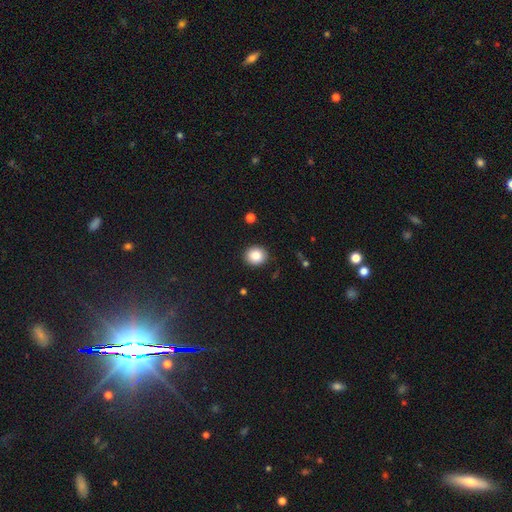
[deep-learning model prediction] This is clearly a smooth galaxy (87%). How rounded: likely round (77%). Merging: clearly none (89%).